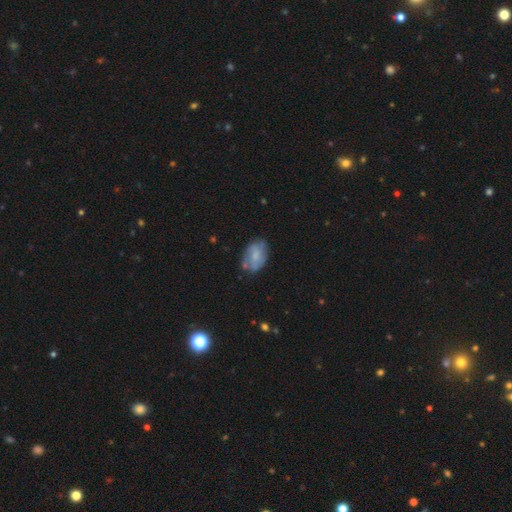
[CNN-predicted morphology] smooth-or-featured: smooth: 59% | featured or disk: 34% | star or artifact: 7%
  how-rounded: in between: 86% | round: 13% | cigar-shaped: 1%
  merging: none: 61% | minor disturbance: 26% | major disturbance: 8% | merger: 5%